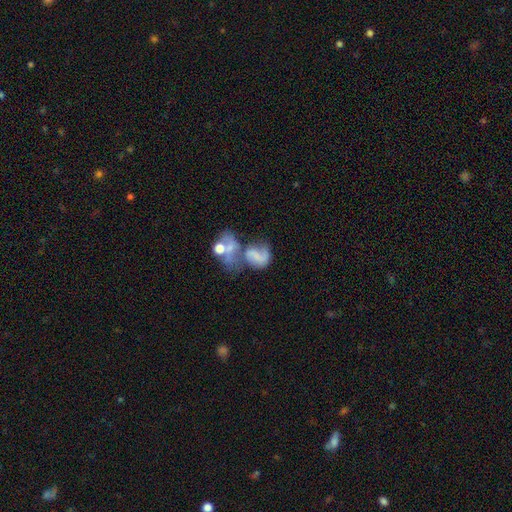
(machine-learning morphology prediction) This appears to be a featured or disk galaxy (50%). Merging: merger (50%).